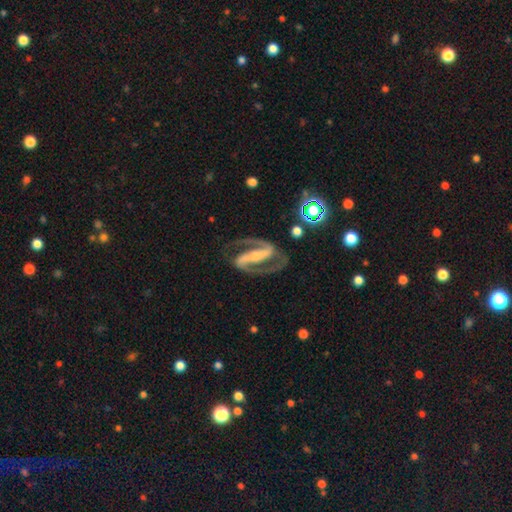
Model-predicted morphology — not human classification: Smooth or featured? featured or disk (92%)
Edge-on disk? no (96%)
Bar? strong (76%)
Spiral arms? yes (97%)
Spiral winding? medium (60%)
Spiral arm count? 2 (94%)
Bulge size? small (55%)
Merging? none (80%)